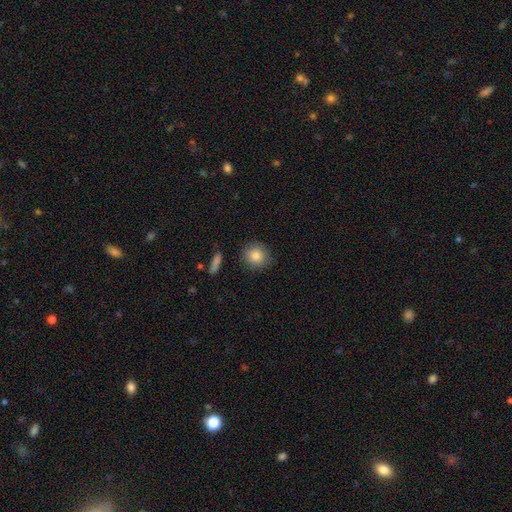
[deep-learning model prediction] This is clearly a smooth galaxy (85%). How rounded: clearly round (88%). Merging: clearly none (86%).